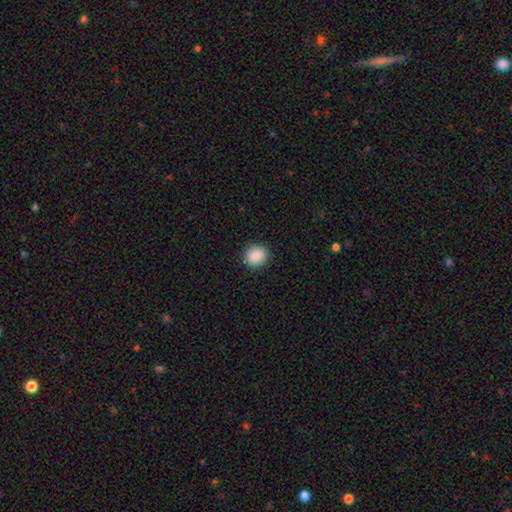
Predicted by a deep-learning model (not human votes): This is clearly a smooth galaxy (89%). How rounded: clearly round (81%). Merging: clearly none (90%).